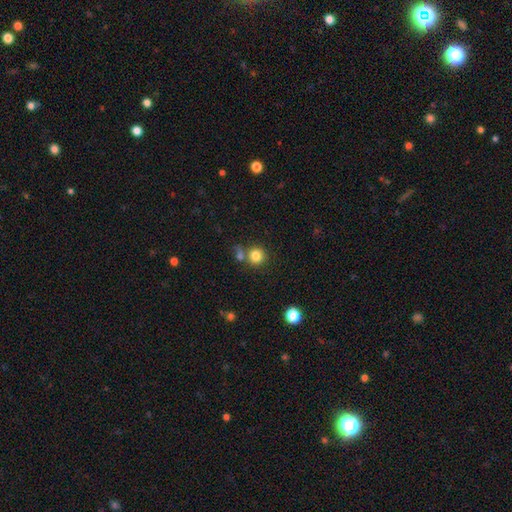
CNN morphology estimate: Smooth or featured? smooth (82%)
How rounded? round (90%)
Merging? none (65%)